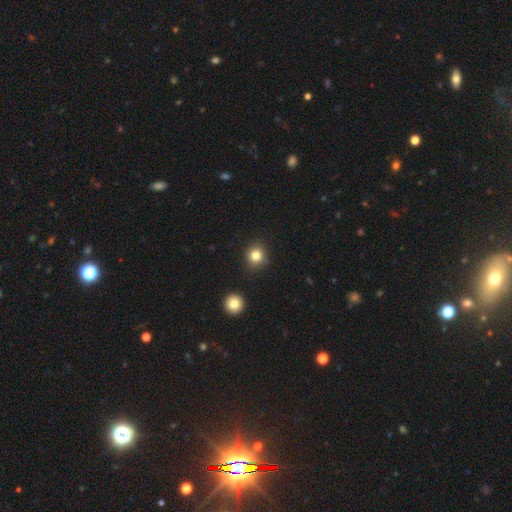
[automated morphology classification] smooth 81%, star or artifact 12%, featured or disk 6%. Down the decision tree: how rounded — round (86%); merging — none (87%).